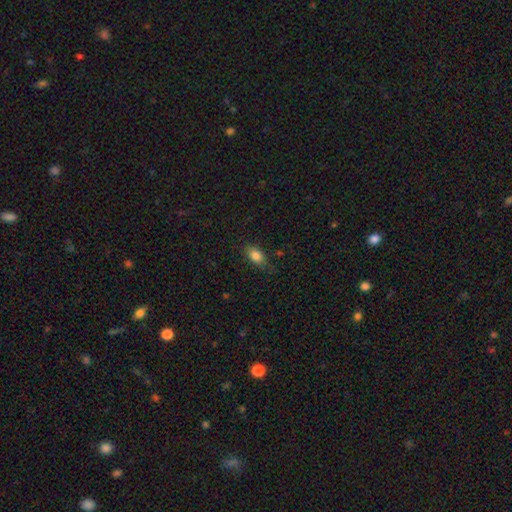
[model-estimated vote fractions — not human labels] Smooth or featured?
  - smooth: 83% *
  - star or artifact: 9%
  - featured or disk: 8%
How rounded?
  - in between: 84% *
  - round: 12%
  - cigar-shaped: 4%
Merging?
  - none: 75% *
  - minor disturbance: 19%
  - major disturbance: 5%
  - merger: 1%